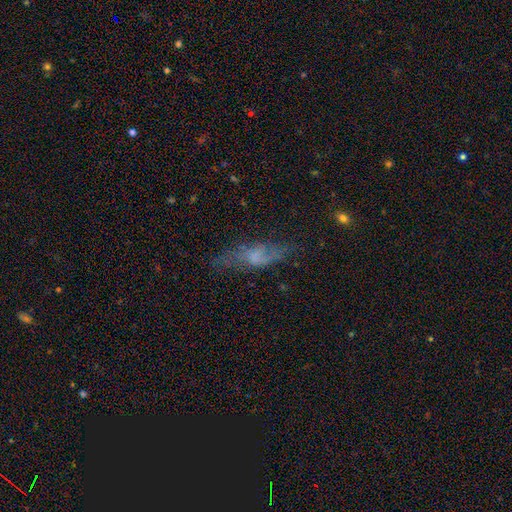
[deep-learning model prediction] Smooth or featured? featured or disk (47%)
Merging? none (63%)